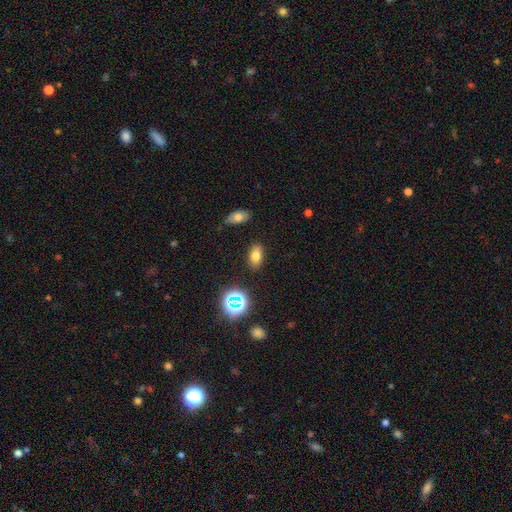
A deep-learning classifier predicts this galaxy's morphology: type=smooth (74%); roundness=in between (89%); merging=none (85%).